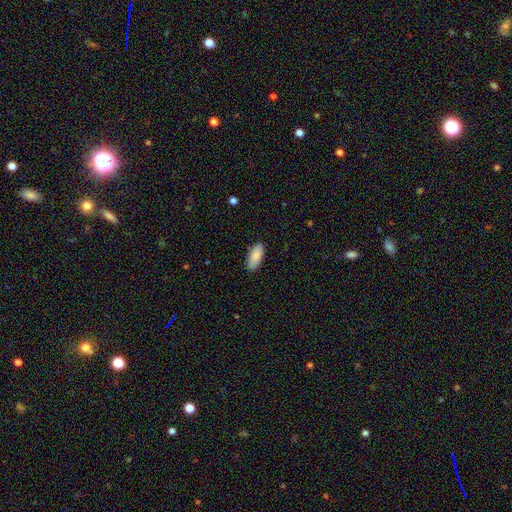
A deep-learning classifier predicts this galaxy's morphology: A smooth galaxy with no disk features (86%) that is in between round and cigar-shaped (87%). Merging: none (87%).